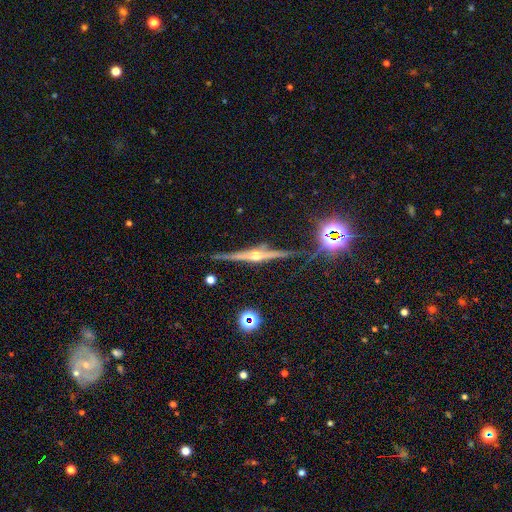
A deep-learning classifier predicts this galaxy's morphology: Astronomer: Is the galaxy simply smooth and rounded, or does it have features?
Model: featured or disk — 84%.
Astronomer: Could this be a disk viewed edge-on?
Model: yes — 98%.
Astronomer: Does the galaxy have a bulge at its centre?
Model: rounded — 94%.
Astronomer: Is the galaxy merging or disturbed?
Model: none — 88%.